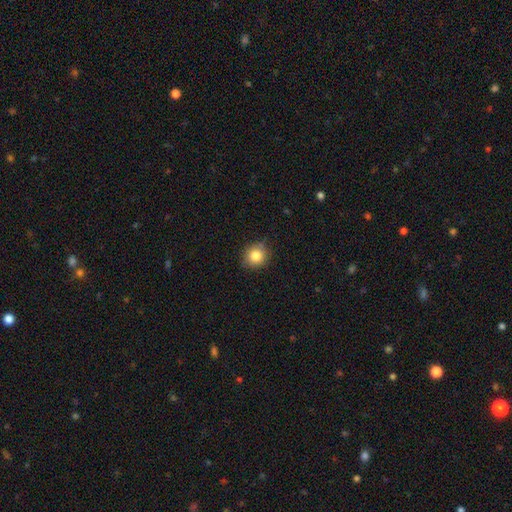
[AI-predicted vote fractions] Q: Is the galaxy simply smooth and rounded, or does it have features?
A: smooth — 83%.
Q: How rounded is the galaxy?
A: round — 85%.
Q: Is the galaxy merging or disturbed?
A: none — 82%.